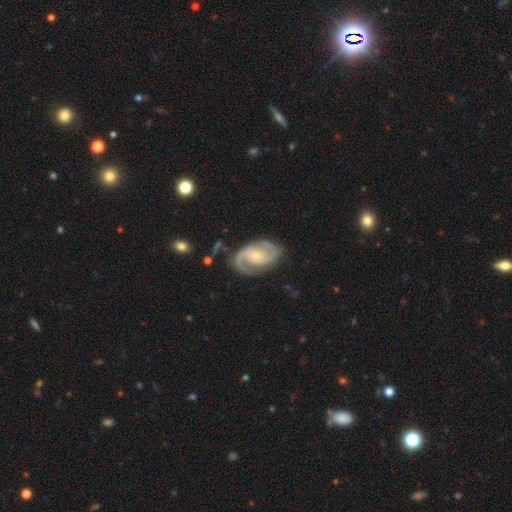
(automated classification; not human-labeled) Smooth or featured? Predicted: featured or disk (p=0.88). Edge-on disk? Predicted: no (p=0.97). Bar? Predicted: no (p=0.62). Spiral arms? Predicted: yes (p=0.97). Spiral winding? Predicted: medium (p=0.51). Spiral arm count? Predicted: 2 (p=0.86). Bulge size? Predicted: small (p=0.66). Merging? Predicted: none (p=0.73).